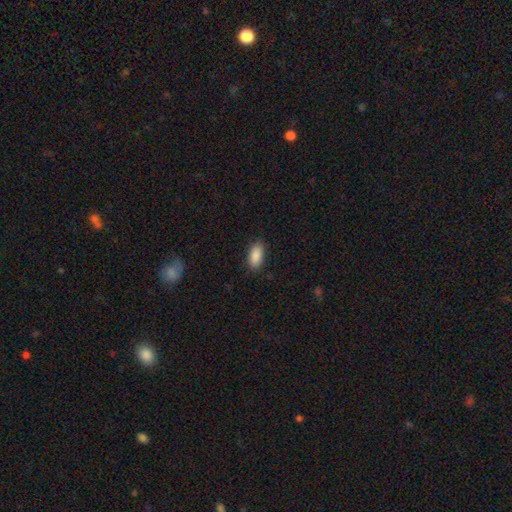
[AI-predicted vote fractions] smooth 90%, star or artifact 7%, featured or disk 4%. Down the decision tree: how rounded — in between (92%); merging — none (88%).